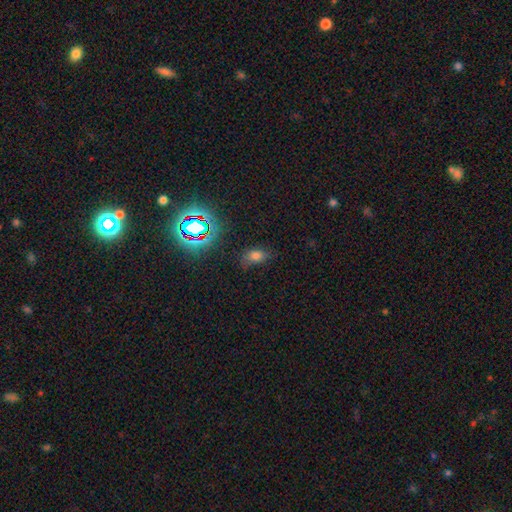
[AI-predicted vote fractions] Smooth or featured? smooth (67%)
How rounded? in between (84%)
Merging? none (65%)